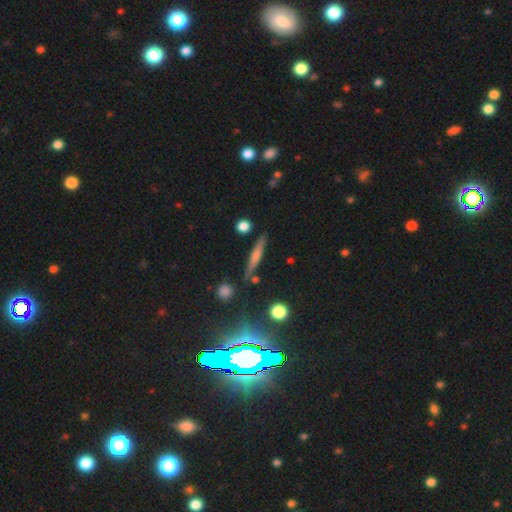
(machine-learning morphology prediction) Overall: featured or disk (46%; smooth 42%). Merging: none (84%).